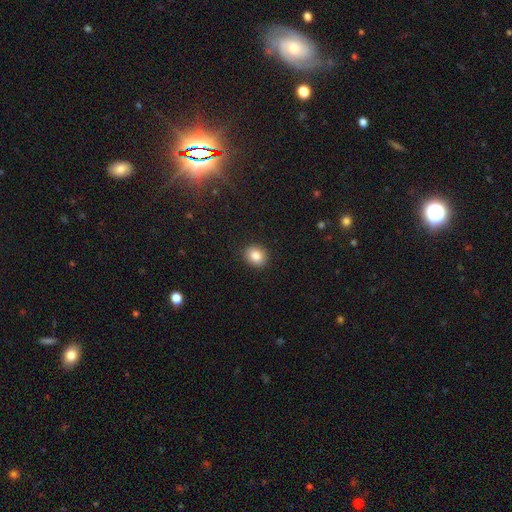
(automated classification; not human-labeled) Morphology: type=smooth (85%); roundness=round (66%); merging=none (90%).